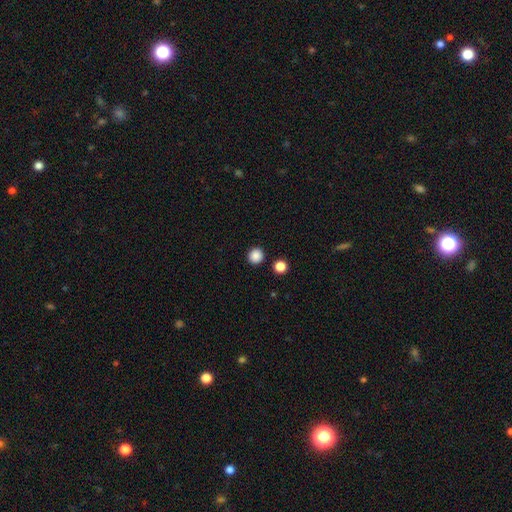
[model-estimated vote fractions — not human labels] Smooth or featured: smooth — 87% (star or artifact — 10%)
How rounded: round — 93% (in between — 6%)
Merging: none — 91% (minor disturbance — 5%)